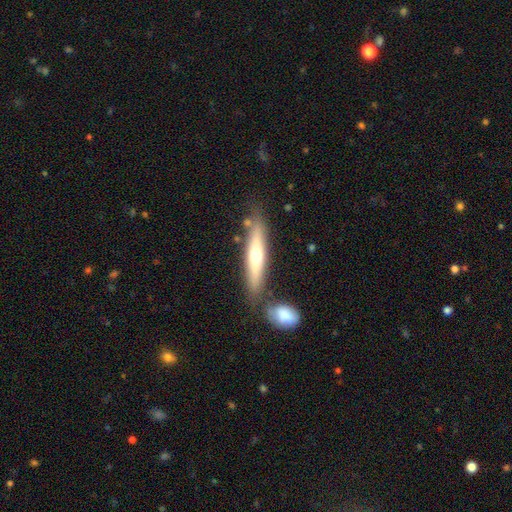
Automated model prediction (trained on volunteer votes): Smooth or featured? featured or disk (48%)
Merging? none (70%)